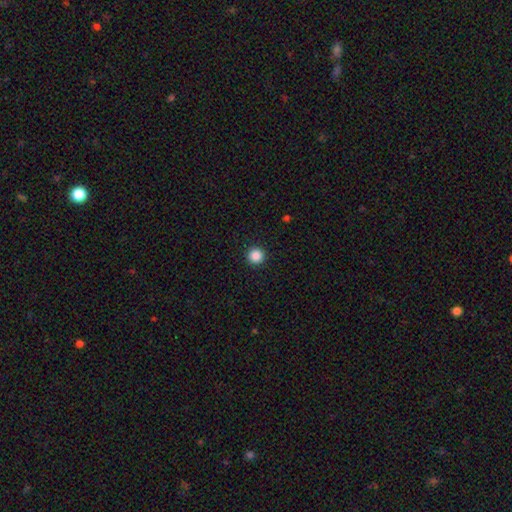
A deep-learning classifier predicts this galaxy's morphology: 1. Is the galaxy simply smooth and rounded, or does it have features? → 87% smooth, 10% star or artifact, 3% featured or disk.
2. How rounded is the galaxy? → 96% round, 3% in between, 1% cigar-shaped.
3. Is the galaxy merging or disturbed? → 94% none, 4% minor disturbance, 2% major disturbance, 1% merger.